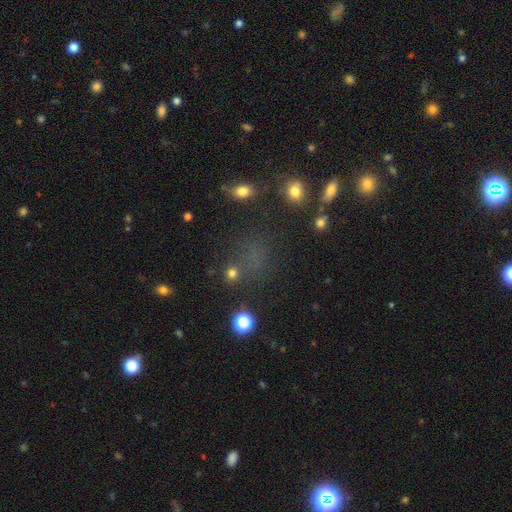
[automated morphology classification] Smooth or featured?
  - smooth: 48% *
  - star or artifact: 42%
  - featured or disk: 10%
Merging?
  - none: 65% *
  - minor disturbance: 15%
  - major disturbance: 11%
  - merger: 9%